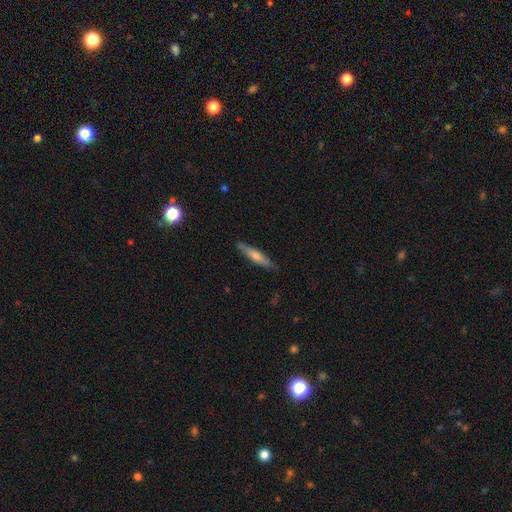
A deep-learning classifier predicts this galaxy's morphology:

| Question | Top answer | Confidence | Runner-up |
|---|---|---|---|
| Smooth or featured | featured or disk | 50% | smooth (43%) |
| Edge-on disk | yes | 93% | no (7%) |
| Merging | none | 88% | minor disturbance (9%) |